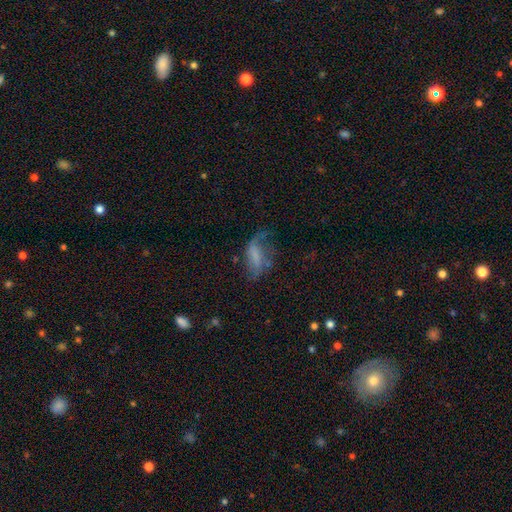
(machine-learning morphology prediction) This appears to be a featured or disk galaxy (46%). Merging: major disturbance (37%).